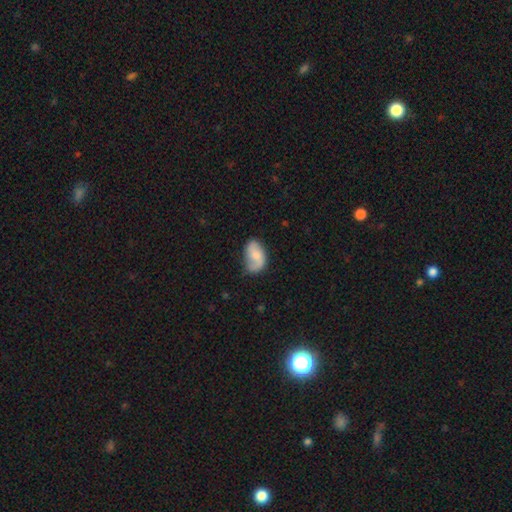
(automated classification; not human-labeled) The model was most divided on "bulge size": moderate: 41%, small: 37%, none: 14%, large: 6%, dominant: 2%. More confident: edge-on disk — no (97%); spiral arms — yes (89%); merging — none (61%); bar — no (60%); smooth or featured — featured or disk (54%).